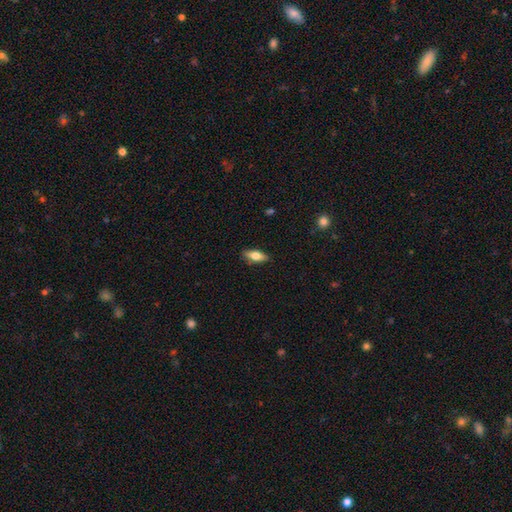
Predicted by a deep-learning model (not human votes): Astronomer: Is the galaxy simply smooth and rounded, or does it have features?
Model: smooth — 68%.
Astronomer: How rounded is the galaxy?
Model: in between — 69%.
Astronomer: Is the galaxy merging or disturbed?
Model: none — 88%.